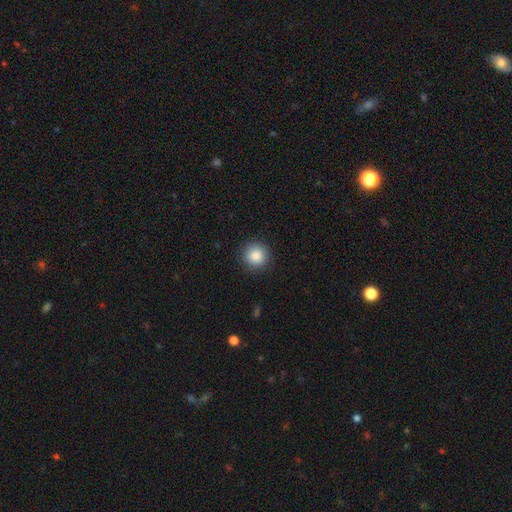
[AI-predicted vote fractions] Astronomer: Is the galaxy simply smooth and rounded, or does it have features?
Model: smooth — 87%.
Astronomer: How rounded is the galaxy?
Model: round — 94%.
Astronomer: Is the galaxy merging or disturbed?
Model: none — 91%.